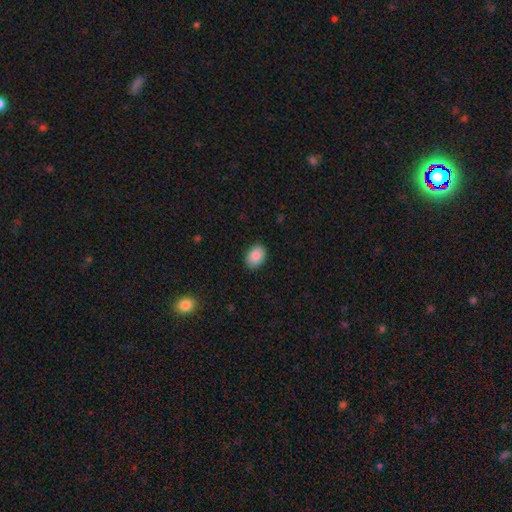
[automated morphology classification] A smooth galaxy with no disk features (87%) that is in between round and cigar-shaped (76%). Merging: none (87%).